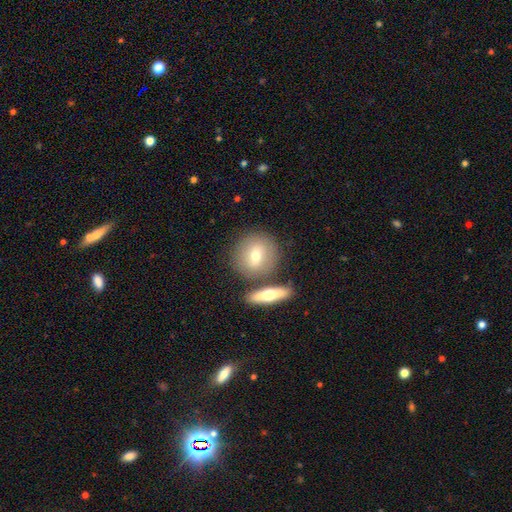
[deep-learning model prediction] A smooth galaxy with no disk features (68%) that is round (79%). Merging: none (70%).